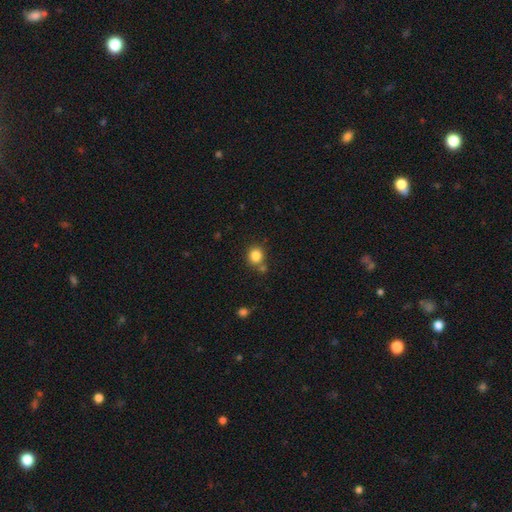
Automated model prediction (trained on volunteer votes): The model was most divided on "merging": none: 72%, merger: 15%, minor disturbance: 11%, major disturbance: 3%. More confident: smooth or featured — smooth (84%); how rounded — round (83%).